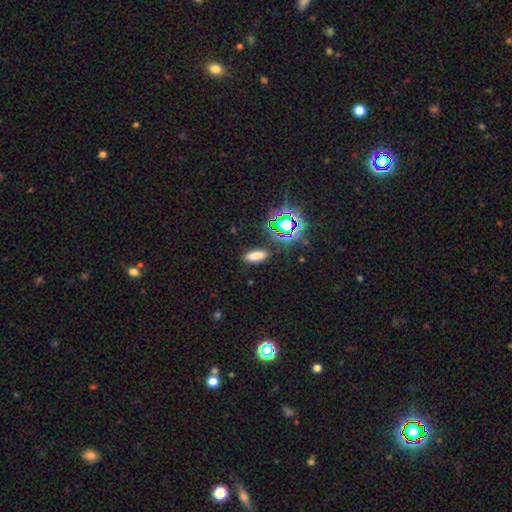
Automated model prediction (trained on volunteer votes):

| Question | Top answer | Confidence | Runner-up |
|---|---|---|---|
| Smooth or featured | smooth | 72% | star or artifact (22%) |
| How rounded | in between | 75% | cigar-shaped (20%) |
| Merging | none | 85% | minor disturbance (10%) |